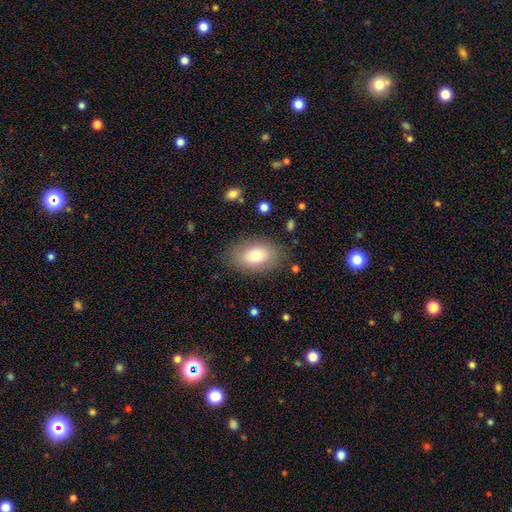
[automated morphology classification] Smooth or featured? smooth (74%)
How rounded? in between (84%)
Merging? none (81%)